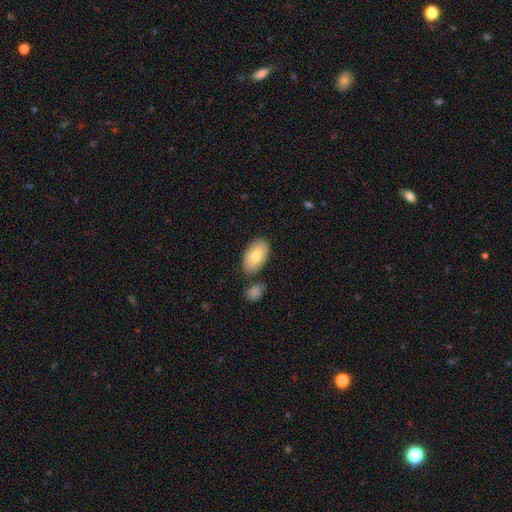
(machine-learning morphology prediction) Smooth or featured? Predicted: smooth (p=0.78). How rounded? Predicted: in between (p=0.94). Merging? Predicted: none (p=0.75).